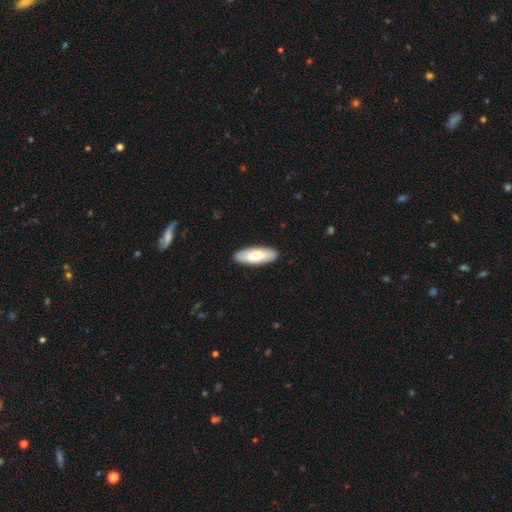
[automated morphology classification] Overall: smooth (71%). How rounded: in between (72%). Merging: none (90%).